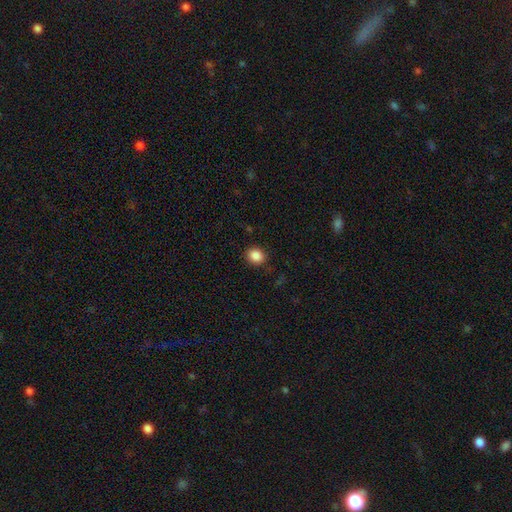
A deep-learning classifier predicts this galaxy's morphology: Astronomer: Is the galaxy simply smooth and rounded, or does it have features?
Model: smooth — 87%.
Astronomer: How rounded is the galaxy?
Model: round — 67%.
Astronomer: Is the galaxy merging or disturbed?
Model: none — 89%.